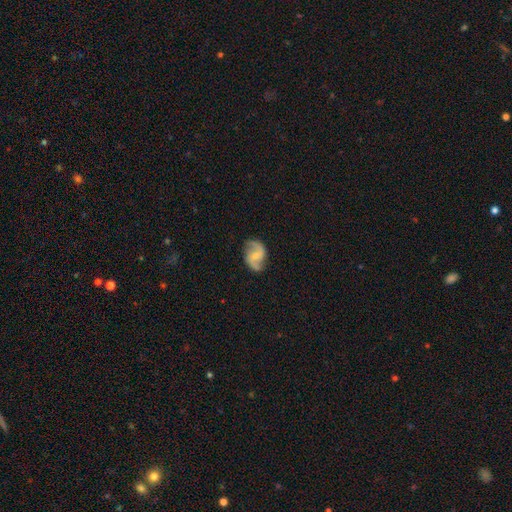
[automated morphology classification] This is clearly a featured or disk galaxy (83%). It is clearly not viewed edge-on (98%). Bar: possibly weak (46%). Spiral arm pattern: clearly yes (96%). Spiral arm count: clearly 2 (92%). Spiral winding: possibly loose (51%). Central bulge: possibly small (57%). Merging: likely none (77%).